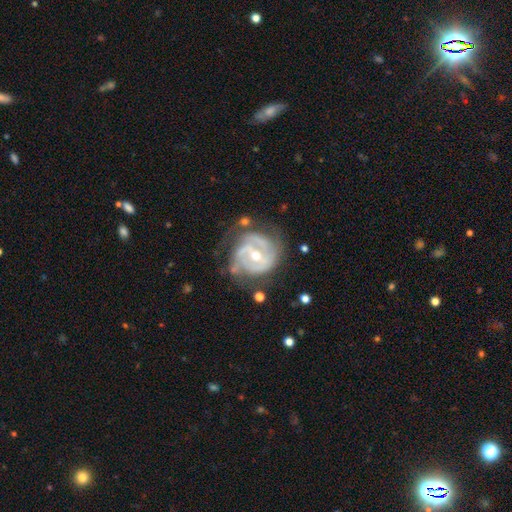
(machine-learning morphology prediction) smooth_or_featured: featured or disk (p=0.86) [alt: smooth p=0.09]
disk_edge_on: no (p=0.97) [alt: yes p=0.03]
bar: weak (p=0.42) [alt: strong p=0.30]
has_spiral_arms: yes (p=0.90) [alt: no p=0.10]
spiral_winding: tight (p=0.54) [alt: medium p=0.35]
spiral_arm_count: 2 (p=0.39) [alt: can't tell p=0.24]
bulge_size: moderate (p=0.54) [alt: small p=0.43]
merging: none (p=0.58) [alt: minor disturbance p=0.24]